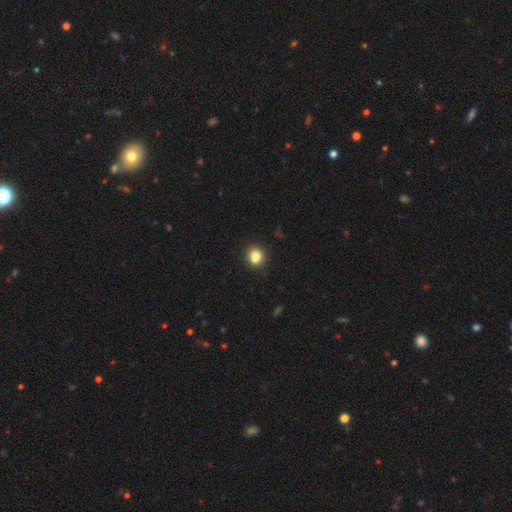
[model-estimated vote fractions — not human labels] Overall: smooth (82%). How rounded: round (72%). Merging: none (74%).